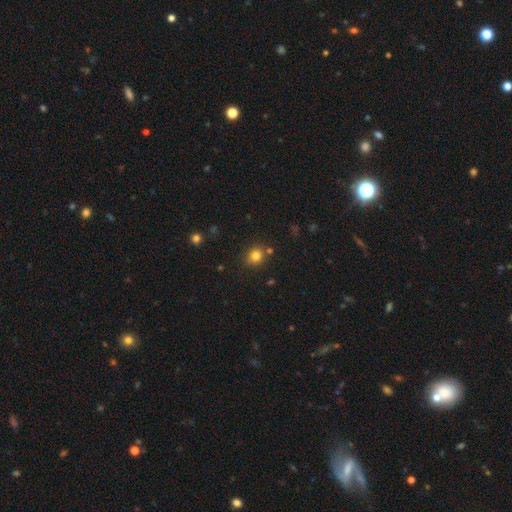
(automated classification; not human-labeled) smooth 81%, star or artifact 13%, featured or disk 6%. Down the decision tree: how rounded — round (84%); merging — none (80%).